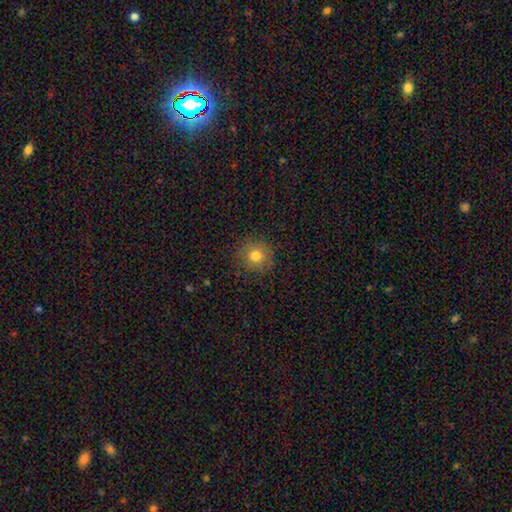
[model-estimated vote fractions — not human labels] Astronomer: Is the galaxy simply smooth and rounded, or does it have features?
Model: smooth — 78%.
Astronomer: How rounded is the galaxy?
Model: round — 93%.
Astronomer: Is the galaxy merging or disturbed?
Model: none — 87%.